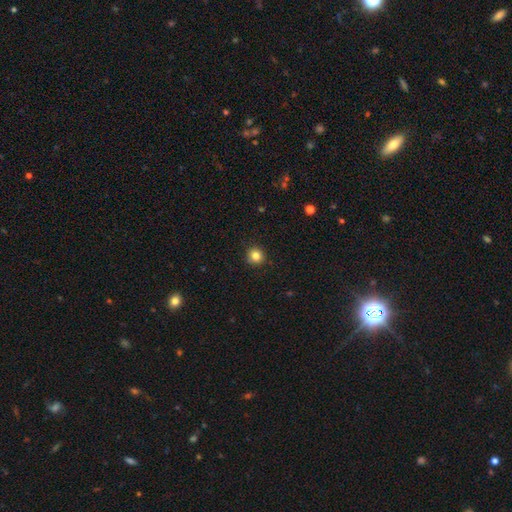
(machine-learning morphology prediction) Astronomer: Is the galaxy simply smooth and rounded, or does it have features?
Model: smooth — 84%.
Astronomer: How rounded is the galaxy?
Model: round — 93%.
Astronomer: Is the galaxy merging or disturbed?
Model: none — 91%.